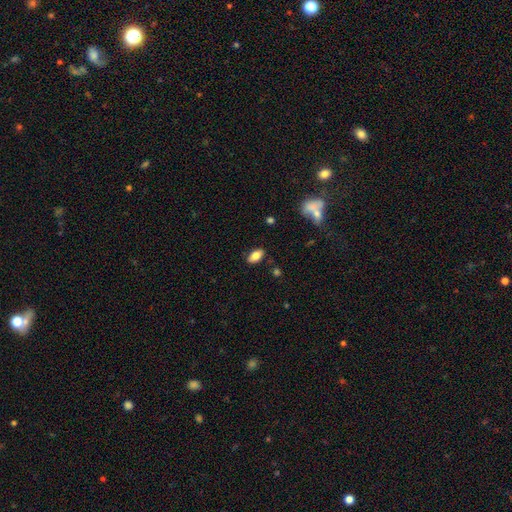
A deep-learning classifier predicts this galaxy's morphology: smooth 81%, featured or disk 11%, star or artifact 8%. Down the decision tree: how rounded — in between (92%); merging — none (85%).